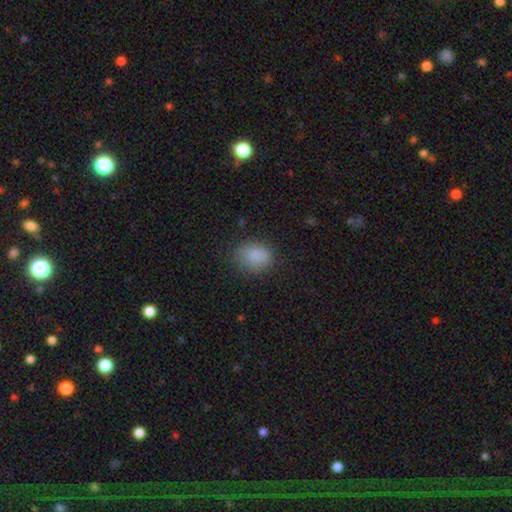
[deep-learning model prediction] smooth 86%, star or artifact 9%, featured or disk 5%. Down the decision tree: how rounded — in between (60%); merging — none (77%).